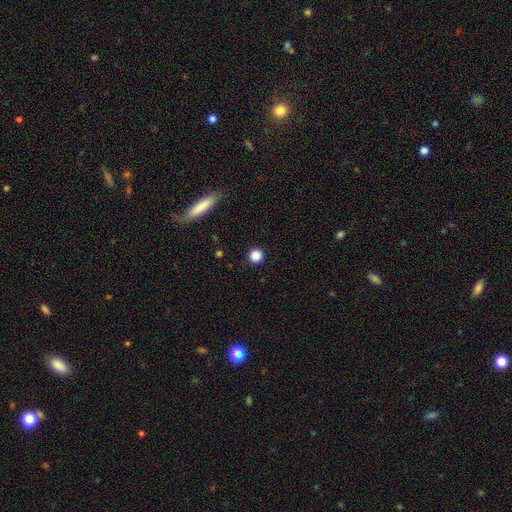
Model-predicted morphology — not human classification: A smooth galaxy with no disk features (86%) that is round (94%). Merging: none (92%).